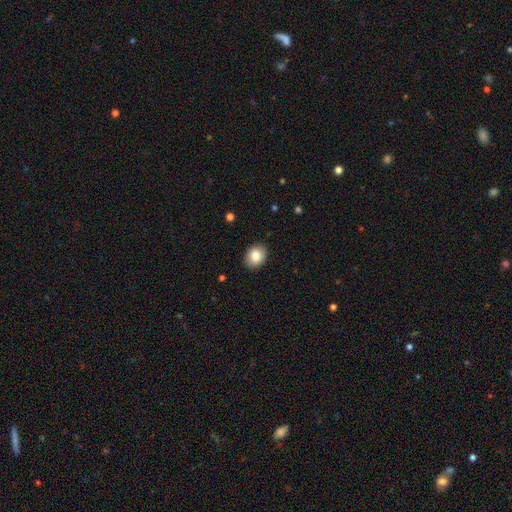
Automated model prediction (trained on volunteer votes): Smooth or featured?
  - smooth: 82% *
  - featured or disk: 10%
  - star or artifact: 8%
How rounded?
  - in between: 57% *
  - round: 42%
  - cigar-shaped: 1%
Merging?
  - none: 90% *
  - minor disturbance: 7%
  - major disturbance: 2%
  - merger: 1%